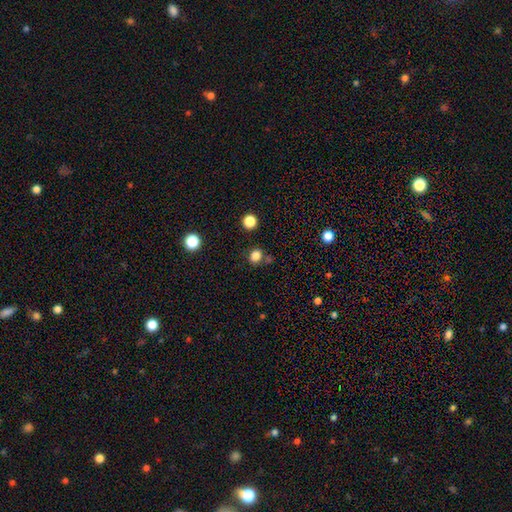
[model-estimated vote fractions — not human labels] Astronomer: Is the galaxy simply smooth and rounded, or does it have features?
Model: smooth — 82%.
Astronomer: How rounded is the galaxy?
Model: round — 75%.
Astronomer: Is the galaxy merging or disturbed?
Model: none — 73%.